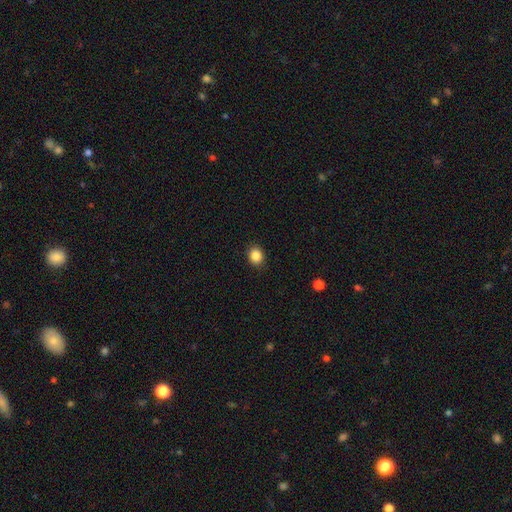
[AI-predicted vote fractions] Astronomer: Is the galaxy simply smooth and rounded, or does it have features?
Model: smooth — 87%.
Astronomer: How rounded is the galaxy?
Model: round — 68%.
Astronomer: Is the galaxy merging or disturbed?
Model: none — 90%.